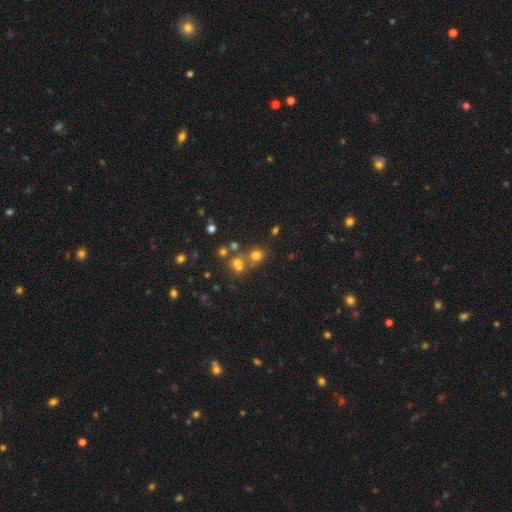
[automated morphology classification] Overall: smooth (58%; star or artifact 30%). How rounded: round (82%). Merging: none (57%; merger 30%).